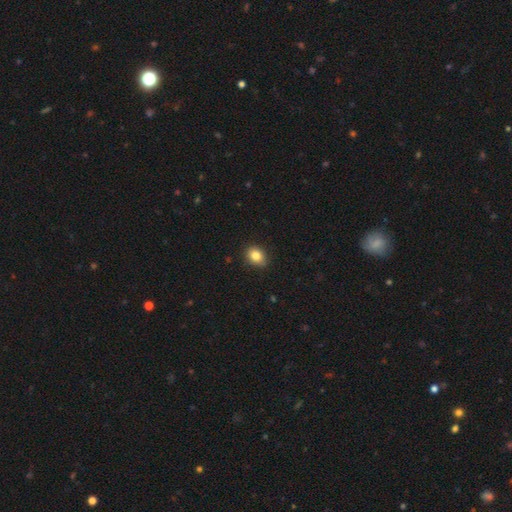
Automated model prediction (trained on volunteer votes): Overall: smooth (84%). How rounded: round (52%; in between 47%). Merging: none (84%).